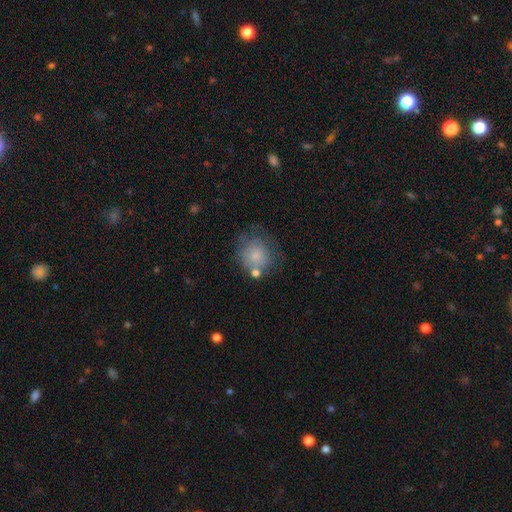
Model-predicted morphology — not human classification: Smooth or featured: smooth — 73% (featured or disk — 18%)
How rounded: round — 79% (in between — 21%)
Merging: none — 53% (minor disturbance — 23%)